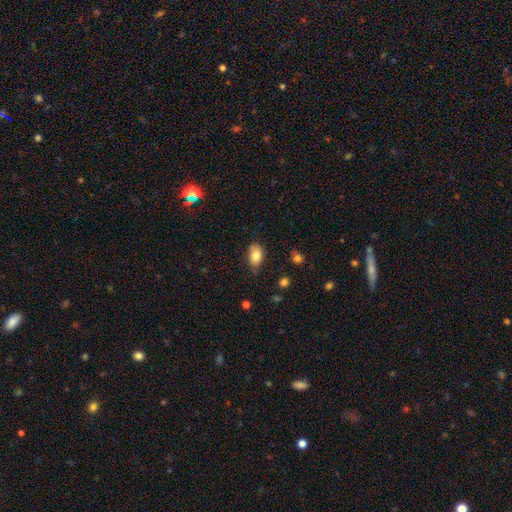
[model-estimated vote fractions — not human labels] A smooth galaxy with no disk features (81%) that is in between round and cigar-shaped (88%). Merging: none (68%).